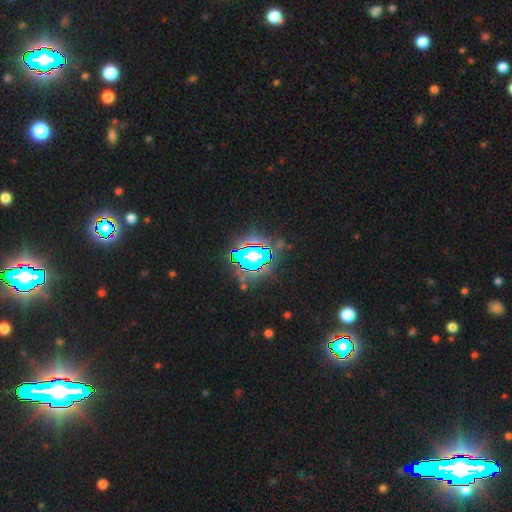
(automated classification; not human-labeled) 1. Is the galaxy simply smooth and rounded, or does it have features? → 80% star or artifact, 11% smooth, 9% featured or disk.